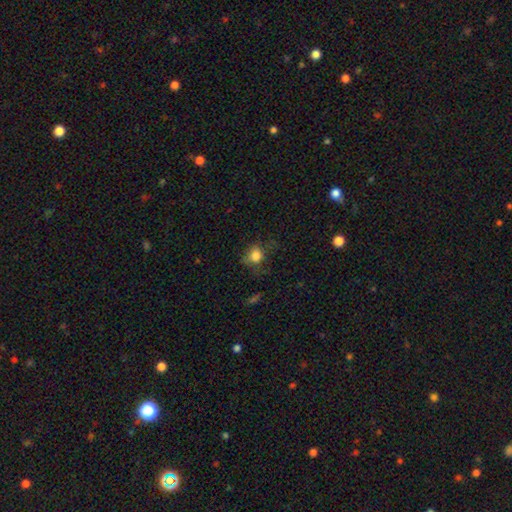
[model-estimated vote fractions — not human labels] smooth 78%, star or artifact 12%, featured or disk 9%. Down the decision tree: how rounded — round (69%); merging — none (58%).